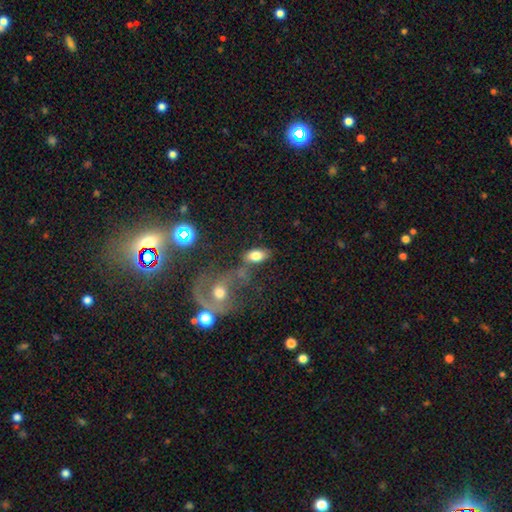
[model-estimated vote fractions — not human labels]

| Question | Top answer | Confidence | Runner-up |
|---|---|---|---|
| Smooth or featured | smooth | 75% | featured or disk (16%) |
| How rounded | in between | 89% | round (7%) |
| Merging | none | 57% | merger (20%) |